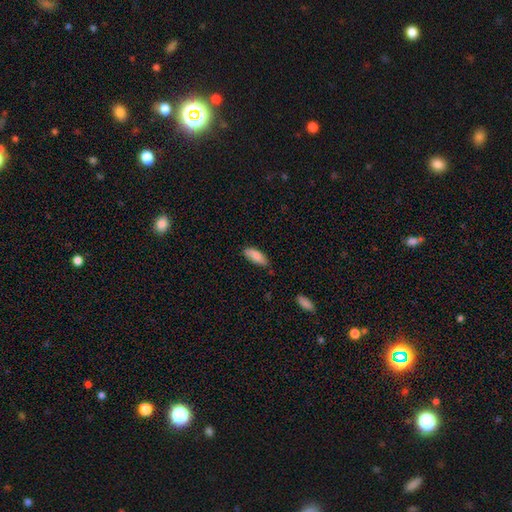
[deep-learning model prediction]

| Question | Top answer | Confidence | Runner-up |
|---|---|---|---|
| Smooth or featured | smooth | 84% | featured or disk (10%) |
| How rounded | in between | 78% | cigar-shaped (21%) |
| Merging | none | 69% | minor disturbance (25%) |